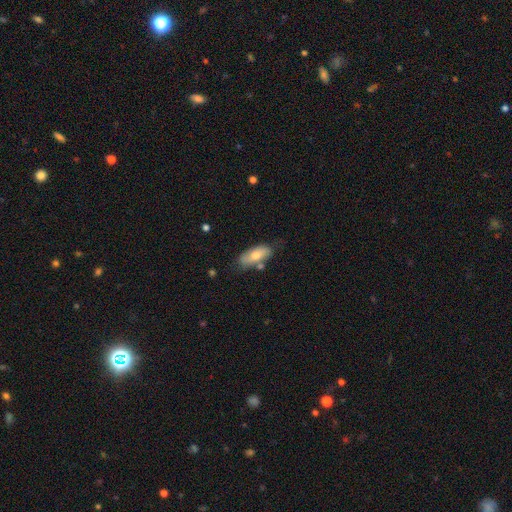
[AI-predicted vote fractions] Smooth or featured? Predicted: smooth (p=0.69). How rounded? Predicted: in between (p=0.84). Merging? Predicted: none (p=0.67).